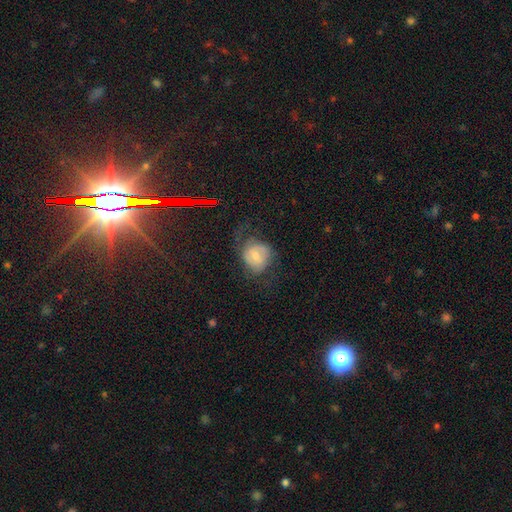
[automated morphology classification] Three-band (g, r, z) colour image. It shows a smooth galaxy with no disk features (51%) that is round (69%). Merging: none (45%).